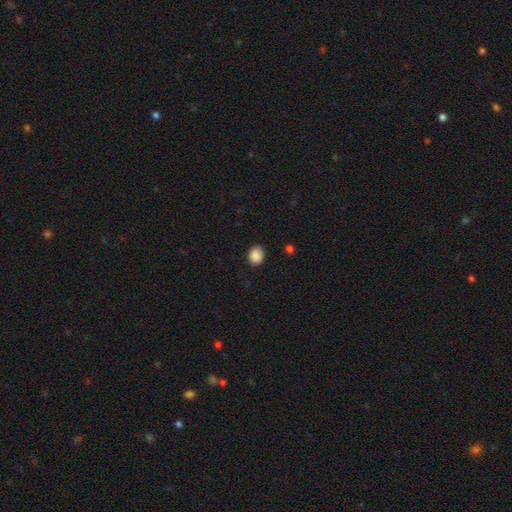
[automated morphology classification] type=smooth (89%); roundness=round (60%); merging=none (87%).